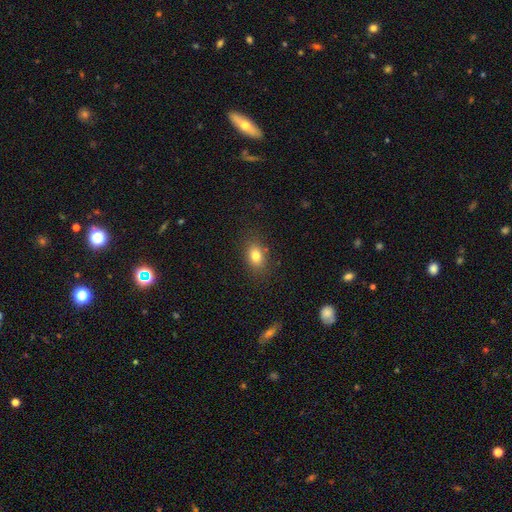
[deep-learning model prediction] Smooth or featured: smooth — 80% (star or artifact — 11%)
How rounded: in between — 75% (round — 23%)
Merging: none — 83% (minor disturbance — 11%)